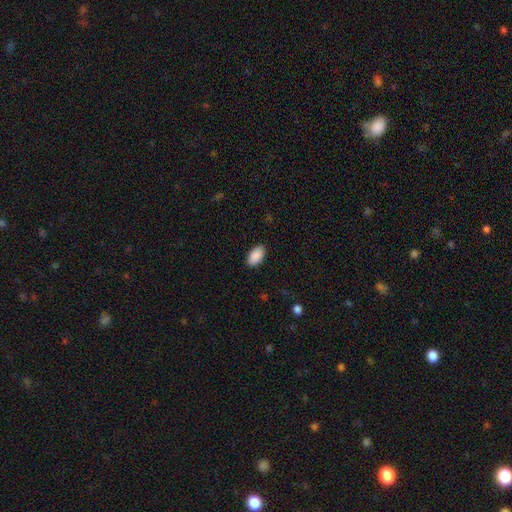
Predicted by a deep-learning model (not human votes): Smooth or featured? smooth (91%)
How rounded? in between (95%)
Merging? none (89%)